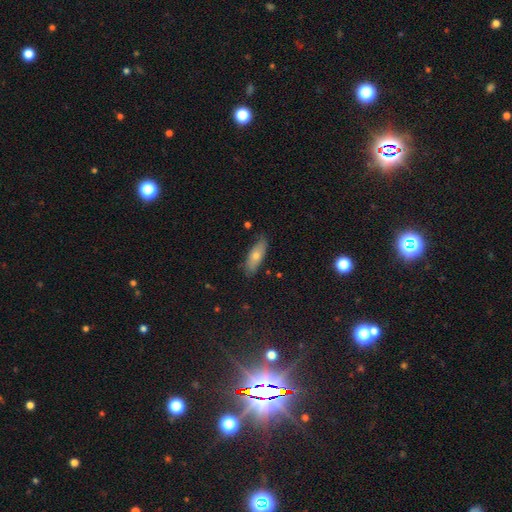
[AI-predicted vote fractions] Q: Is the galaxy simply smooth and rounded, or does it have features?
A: smooth — 61%.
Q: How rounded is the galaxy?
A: in between — 57%.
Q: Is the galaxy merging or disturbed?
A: none — 82%.